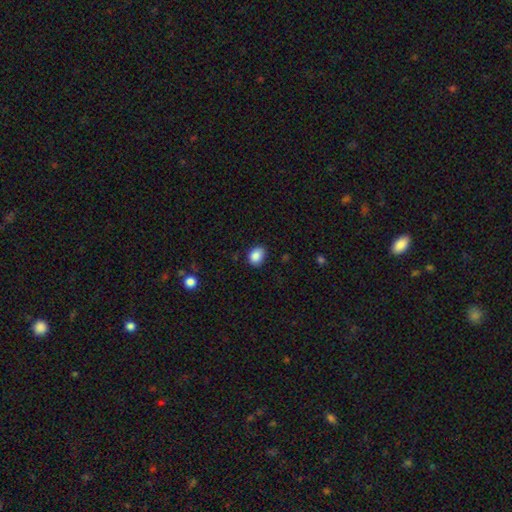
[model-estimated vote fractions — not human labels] Smooth or featured? Predicted: smooth (p=0.87). How rounded? Predicted: in between (p=0.58). Merging? Predicted: none (p=0.79).